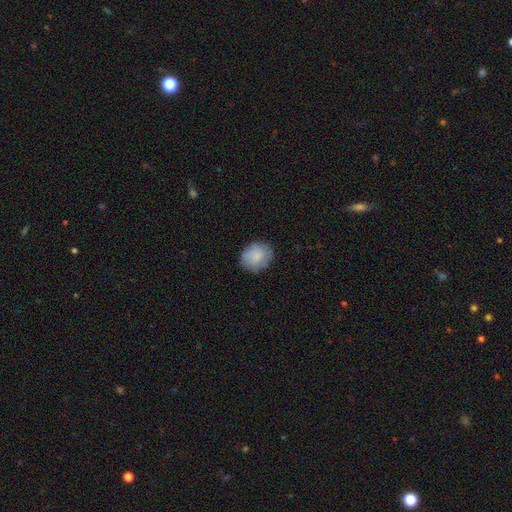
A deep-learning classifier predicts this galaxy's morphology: This appears to be a smooth galaxy with no disk features (84%) that is round (67%). Merging: none (79%).